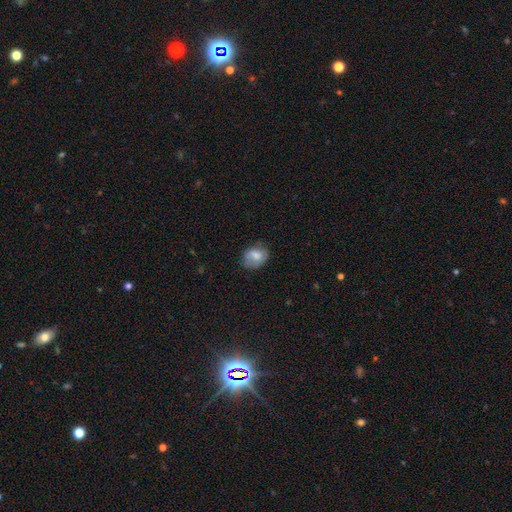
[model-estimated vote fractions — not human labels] Overall: smooth (73%). How rounded: in between (60%; round 39%). Merging: none (58%; minor disturbance 29%).